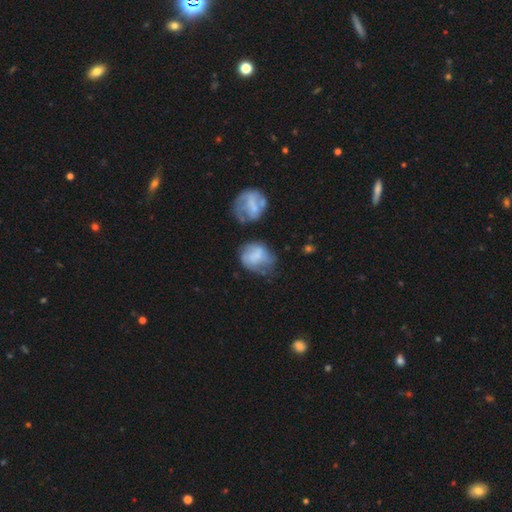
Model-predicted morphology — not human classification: Smooth or featured: smooth — 56% (featured or disk — 35%)
How rounded: in between — 51% (round — 48%)
Merging: none — 36% (minor disturbance — 29%)